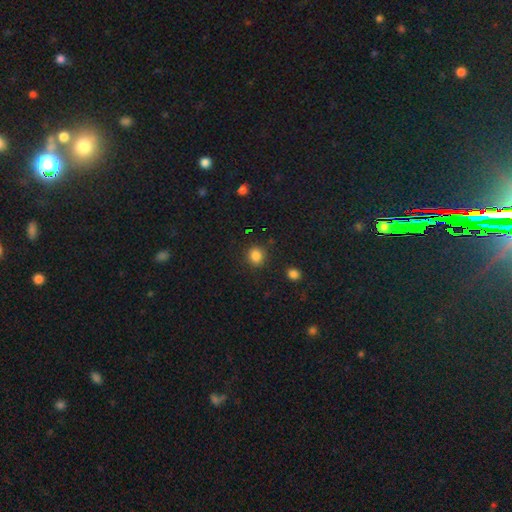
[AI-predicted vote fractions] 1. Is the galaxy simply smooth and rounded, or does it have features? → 85% smooth, 11% star or artifact, 4% featured or disk.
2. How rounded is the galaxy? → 80% round, 19% in between, 1% cigar-shaped.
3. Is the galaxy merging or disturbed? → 87% none, 8% minor disturbance, 3% major disturbance, 2% merger.